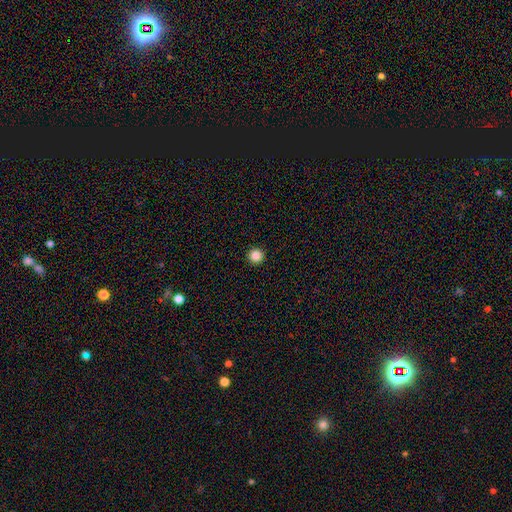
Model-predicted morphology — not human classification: smooth 86%, star or artifact 11%, featured or disk 3%. Down the decision tree: how rounded — round (97%); merging — none (94%).